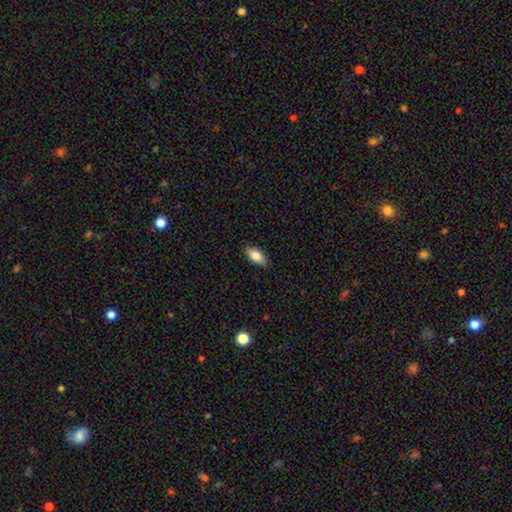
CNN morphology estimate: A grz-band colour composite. It shows a smooth galaxy with no disk features (83%) that is in between round and cigar-shaped (90%). Merging: none (82%).